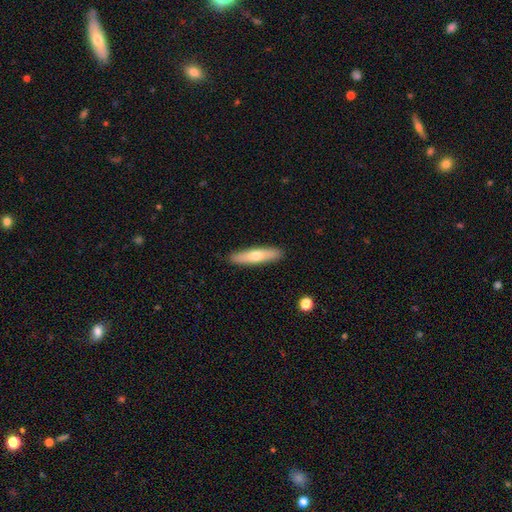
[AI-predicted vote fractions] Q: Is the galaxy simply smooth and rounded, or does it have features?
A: smooth — 62%.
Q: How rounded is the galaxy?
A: cigar-shaped — 80%.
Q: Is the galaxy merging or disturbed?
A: none — 90%.